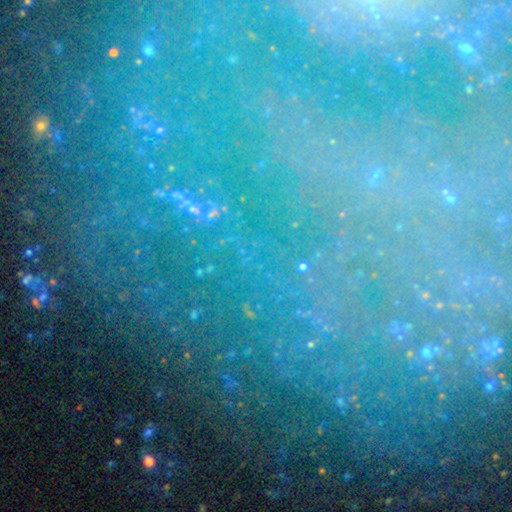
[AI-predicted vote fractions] This appears to be a star or artifact, not a galaxy (66%).